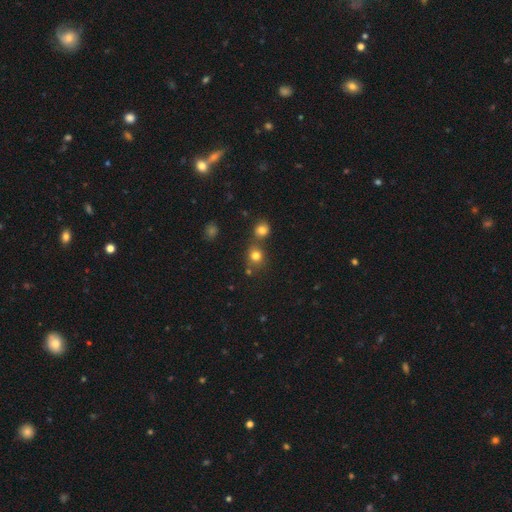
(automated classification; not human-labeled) A smooth galaxy with no disk features (78%) that is round (82%). Merging: none (63%).